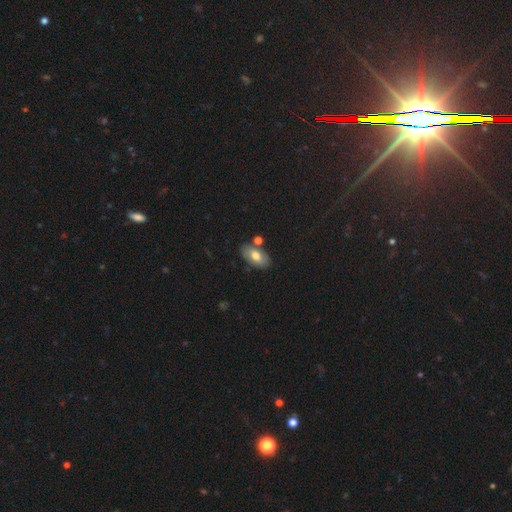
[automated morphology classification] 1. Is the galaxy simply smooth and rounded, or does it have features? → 64% smooth, 28% featured or disk, 8% star or artifact.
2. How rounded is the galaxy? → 93% in between, 5% round, 3% cigar-shaped.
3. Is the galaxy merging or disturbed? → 74% none, 14% minor disturbance, 9% merger, 3% major disturbance.